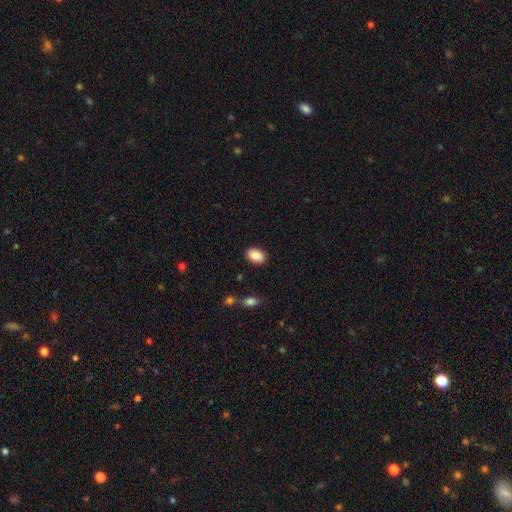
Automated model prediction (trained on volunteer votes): smooth 89%, star or artifact 7%, featured or disk 5%. Down the decision tree: how rounded — in between (87%); merging — none (87%).